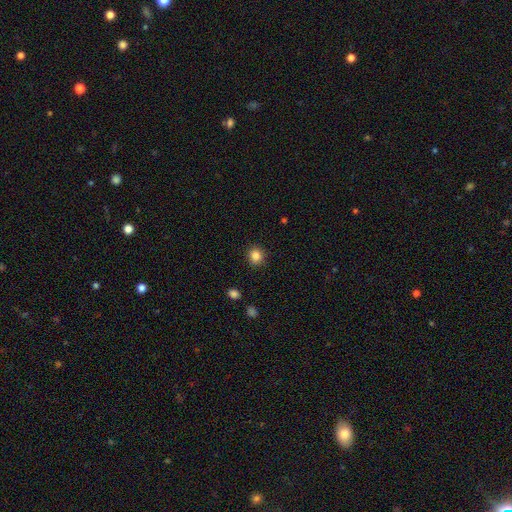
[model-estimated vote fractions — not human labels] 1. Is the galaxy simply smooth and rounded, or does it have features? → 85% smooth, 11% star or artifact, 5% featured or disk.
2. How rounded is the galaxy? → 85% round, 14% in between, 1% cigar-shaped.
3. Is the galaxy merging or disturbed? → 90% none, 7% minor disturbance, 2% major disturbance, 1% merger.